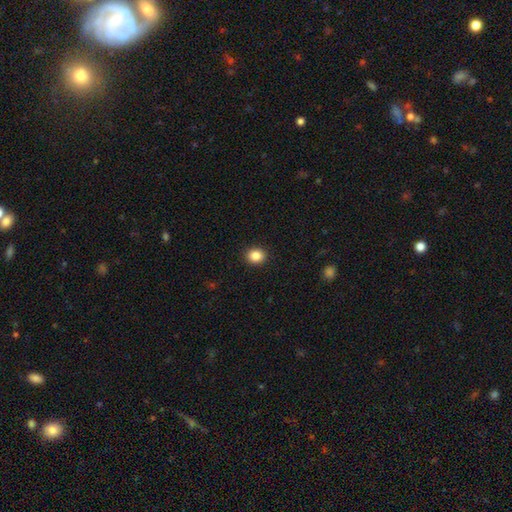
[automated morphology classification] type=smooth (86%); roundness=round (73%); merging=none (92%).